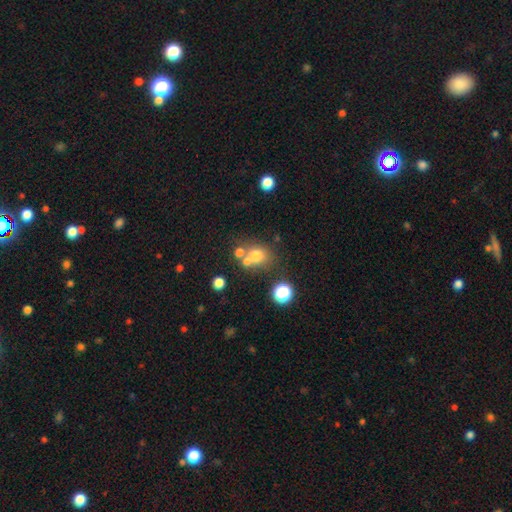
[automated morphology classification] smooth 70%, star or artifact 17%, featured or disk 13%. Down the decision tree: how rounded — round (77%); merging — none (54%).